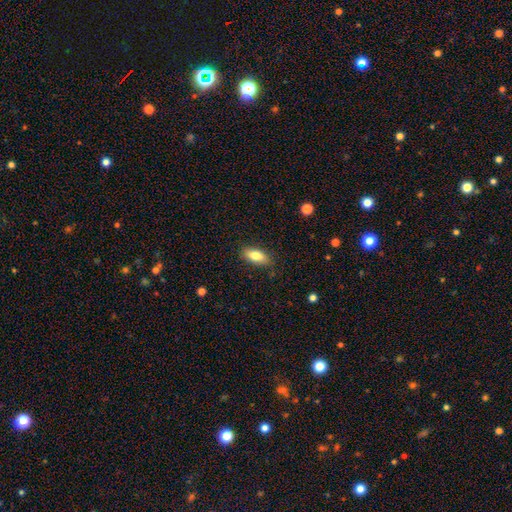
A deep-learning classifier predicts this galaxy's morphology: A smooth galaxy with no disk features (81%) that is in between round and cigar-shaped (86%). Merging: none (85%).